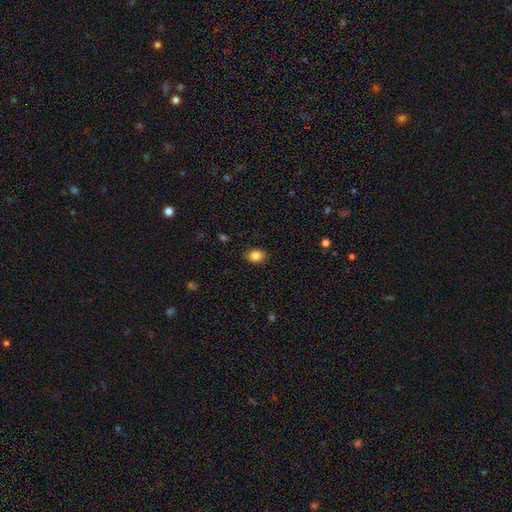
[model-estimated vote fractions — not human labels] smooth_or_featured: smooth (p=0.83) [alt: star or artifact p=0.09]
how_rounded: in between (p=0.68) [alt: round p=0.31]
merging: none (p=0.88) [alt: minor disturbance p=0.09]